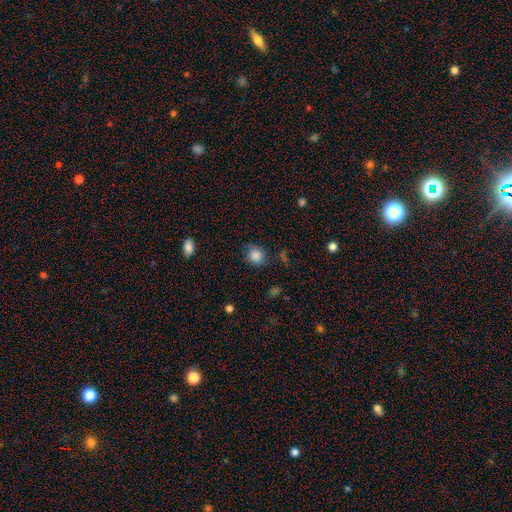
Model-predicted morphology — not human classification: Q: Smooth or featured?
A: smooth (85%); runner-up: star or artifact (9%)
Q: How rounded?
A: round (81%); runner-up: in between (18%)
Q: Merging?
A: none (73%); runner-up: minor disturbance (19%)